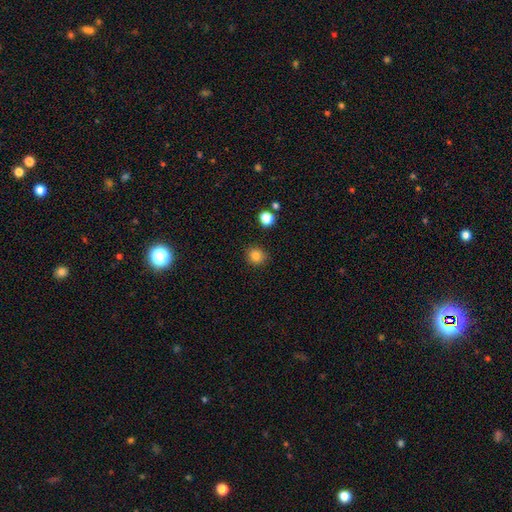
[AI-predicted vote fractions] Smooth or featured: smooth — 83% (star or artifact — 12%)
How rounded: round — 87% (in between — 12%)
Merging: none — 89% (minor disturbance — 8%)